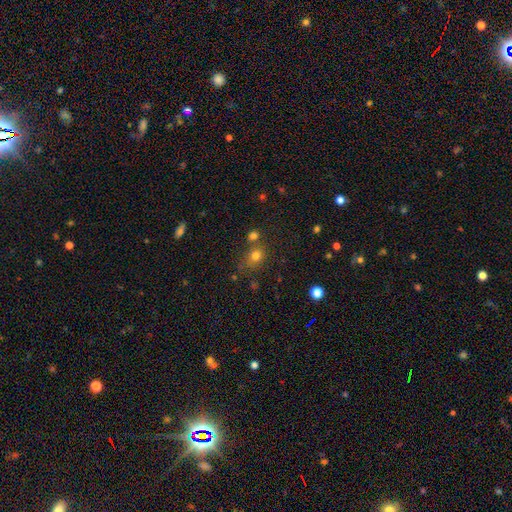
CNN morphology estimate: type=smooth (74%); roundness=round (72%); merging=none (63%).